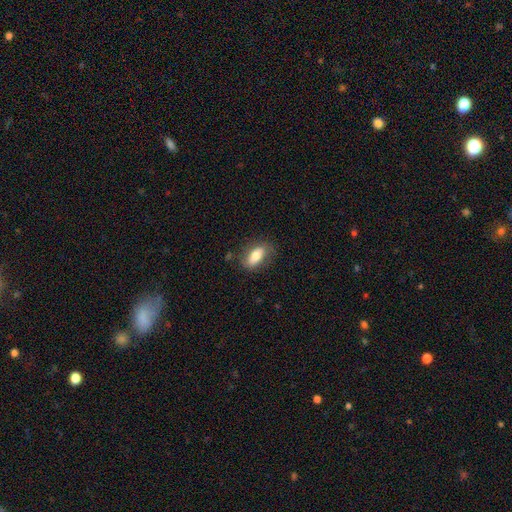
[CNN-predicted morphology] smooth_or_featured: smooth (p=0.75) [alt: featured or disk p=0.18]
how_rounded: in between (p=0.85) [alt: cigar-shaped p=0.11]
merging: none (p=0.76) [alt: minor disturbance p=0.17]